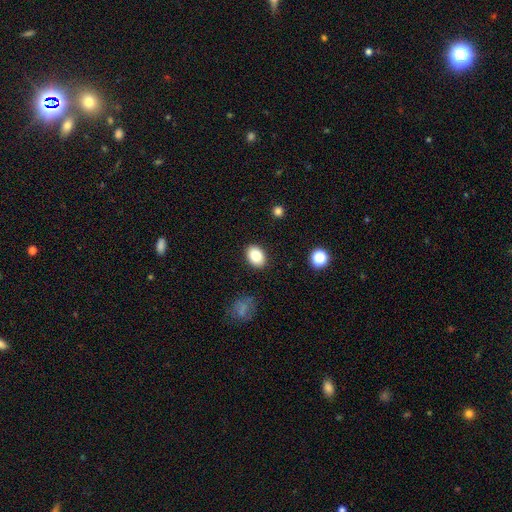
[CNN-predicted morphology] Smooth or featured?
  - smooth: 84% *
  - star or artifact: 9%
  - featured or disk: 7%
How rounded?
  - in between: 74% *
  - round: 25%
  - cigar-shaped: 1%
Merging?
  - none: 88% *
  - minor disturbance: 8%
  - major disturbance: 2%
  - merger: 1%